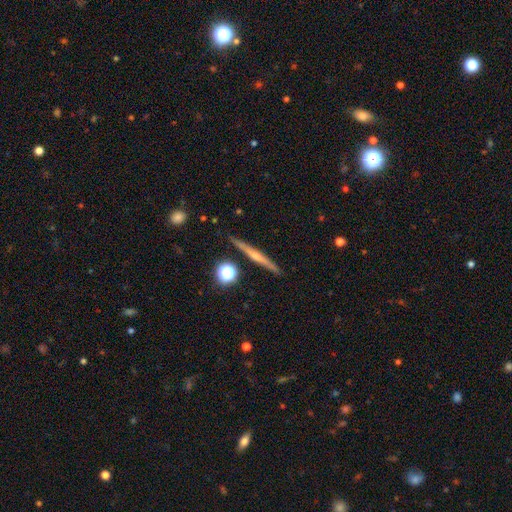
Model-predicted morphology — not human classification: type=featured or disk (75%); edge-on=yes (98%); edge-on bulge=rounded (78%); merging=none (90%).